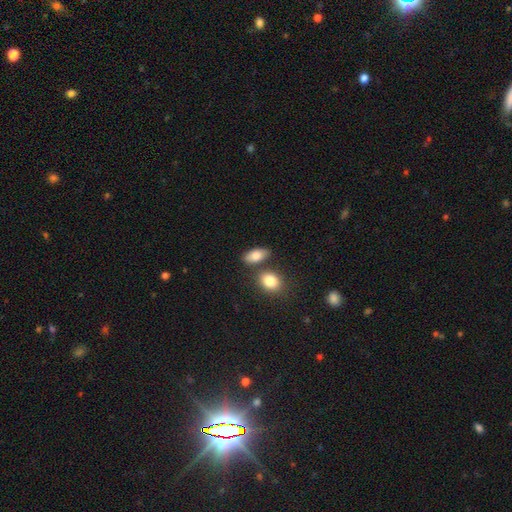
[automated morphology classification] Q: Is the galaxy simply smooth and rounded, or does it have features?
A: smooth — 85%.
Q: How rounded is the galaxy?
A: in between — 86%.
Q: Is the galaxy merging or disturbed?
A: none — 66%.